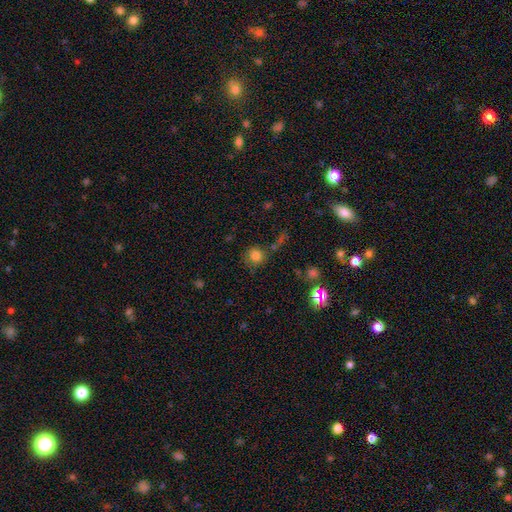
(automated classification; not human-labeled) Q: Smooth or featured?
A: smooth (79%); runner-up: star or artifact (14%)
Q: How rounded?
A: round (88%); runner-up: in between (11%)
Q: Merging?
A: none (70%); runner-up: minor disturbance (14%)